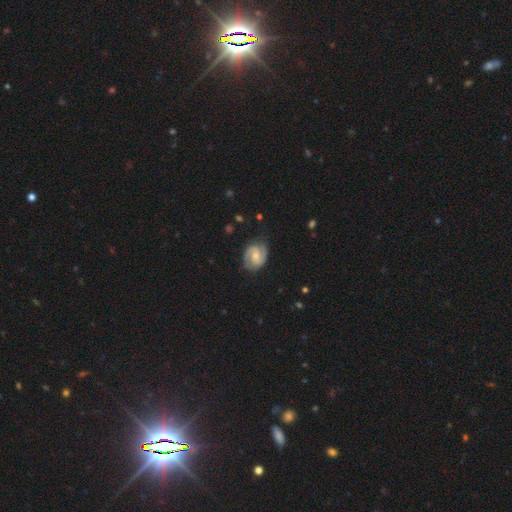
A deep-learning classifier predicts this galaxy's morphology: featured or disk 83%, smooth 12%, star or artifact 5%. Down the decision tree: edge-on disk — no (98%); bar — weak (50%); spiral arms — yes (96%); spiral arm count — 2 (91%); spiral winding — medium (49%); bulge size — moderate (51%); merging — none (78%).